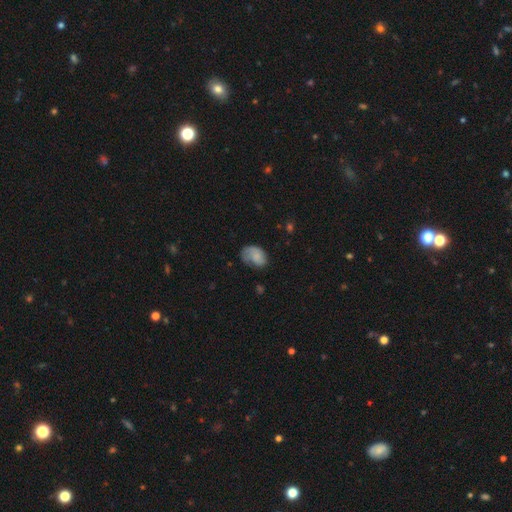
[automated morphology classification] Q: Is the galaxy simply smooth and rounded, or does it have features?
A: smooth — 67%.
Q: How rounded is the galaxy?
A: in between — 79%.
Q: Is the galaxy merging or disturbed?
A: none — 42%.